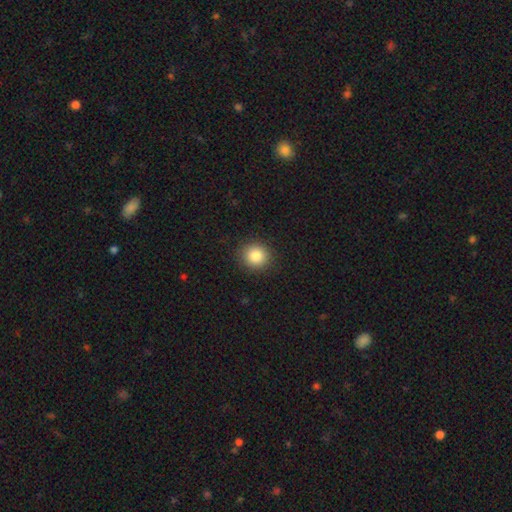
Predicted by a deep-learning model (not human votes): smooth-or-featured: smooth: 85% | star or artifact: 10% | featured or disk: 5%
  how-rounded: round: 90% | in between: 9% | cigar-shaped: 1%
  merging: none: 91% | minor disturbance: 6% | major disturbance: 2% | merger: 1%